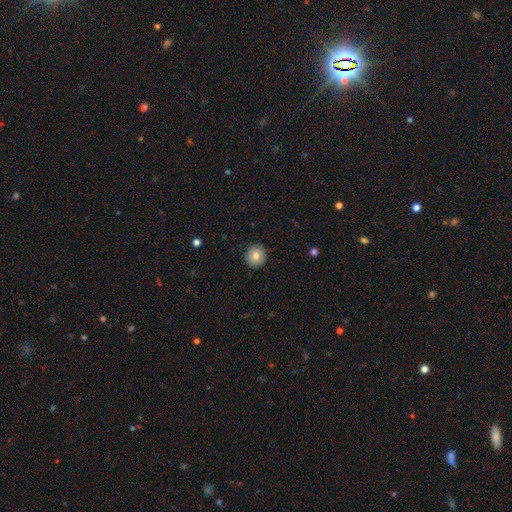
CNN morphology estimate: type=smooth (76%); roundness=round (88%); merging=none (88%).